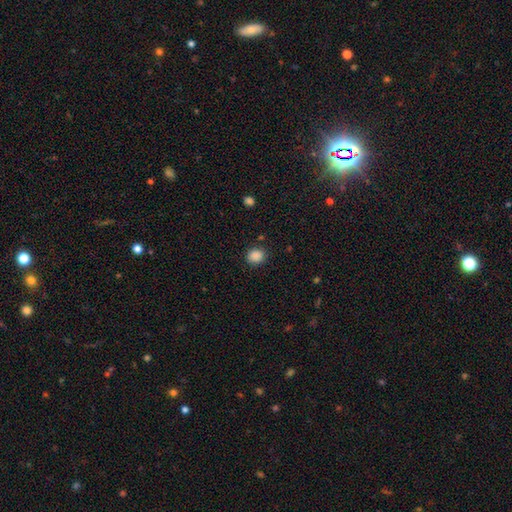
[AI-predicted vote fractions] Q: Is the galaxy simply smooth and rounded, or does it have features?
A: smooth — 87%.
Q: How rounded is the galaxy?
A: round — 75%.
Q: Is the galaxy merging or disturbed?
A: none — 86%.